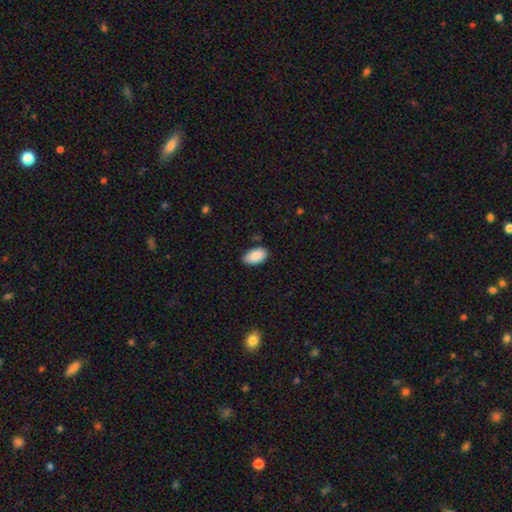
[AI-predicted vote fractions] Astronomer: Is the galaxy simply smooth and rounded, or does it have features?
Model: smooth — 90%.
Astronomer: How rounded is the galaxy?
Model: in between — 95%.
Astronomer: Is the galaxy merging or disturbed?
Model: none — 82%.